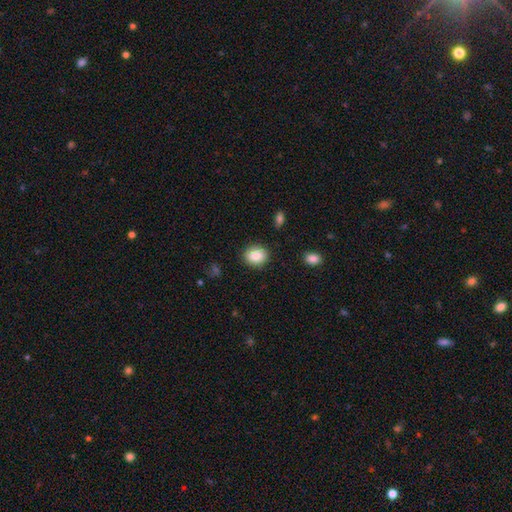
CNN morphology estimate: smooth-or-featured: smooth: 86% | star or artifact: 8% | featured or disk: 6%
  how-rounded: round: 69% | in between: 30% | cigar-shaped: 1%
  merging: none: 88% | minor disturbance: 8% | major disturbance: 2% | merger: 1%